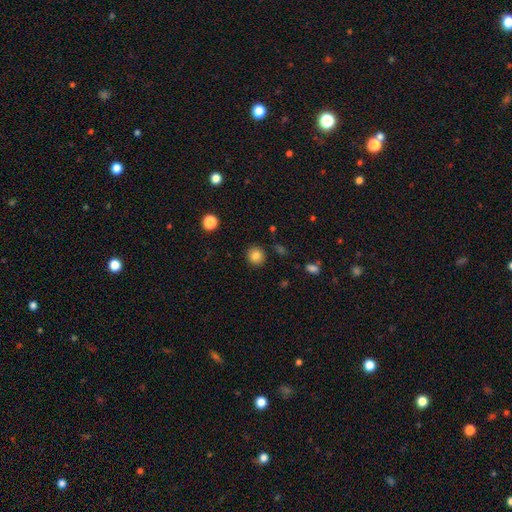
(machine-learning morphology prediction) A smooth galaxy with no disk features (84%) that is round (91%).

Vote fractions:
- Smooth or featured? smooth: 84% / star or artifact: 11% / featured or disk: 6%
- How rounded? round: 91% / in between: 8% / cigar-shaped: 1%
- Merging? none: 90% / minor disturbance: 6% / major disturbance: 2% / merger: 2%